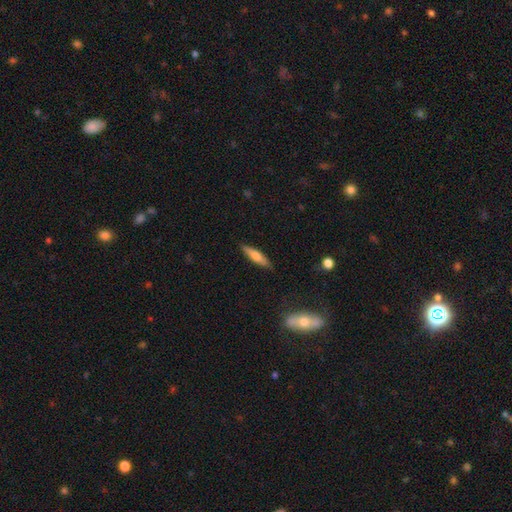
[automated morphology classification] type=smooth (64%); roundness=cigar-shaped (80%); merging=none (89%).